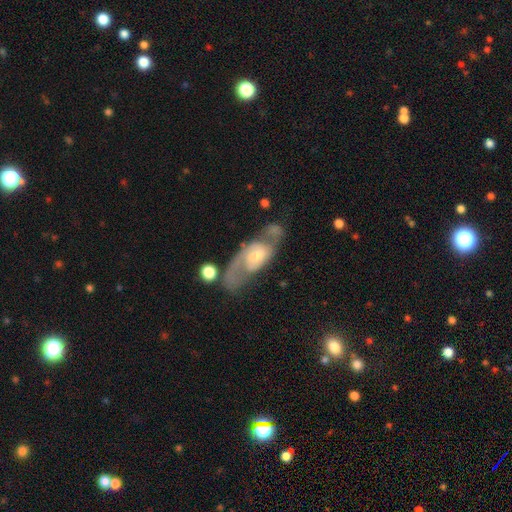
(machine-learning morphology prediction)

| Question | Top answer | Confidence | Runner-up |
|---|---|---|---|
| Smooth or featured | featured or disk | 79% | smooth (15%) |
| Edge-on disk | no | 92% | yes (8%) |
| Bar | no | 55% | weak (37%) |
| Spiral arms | yes | 90% | no (10%) |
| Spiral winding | medium | 47% | loose (30%) |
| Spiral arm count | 2 | 71% | 1 (14%) |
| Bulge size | small | 49% | moderate (39%) |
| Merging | none | 47% | major disturbance (22%) |